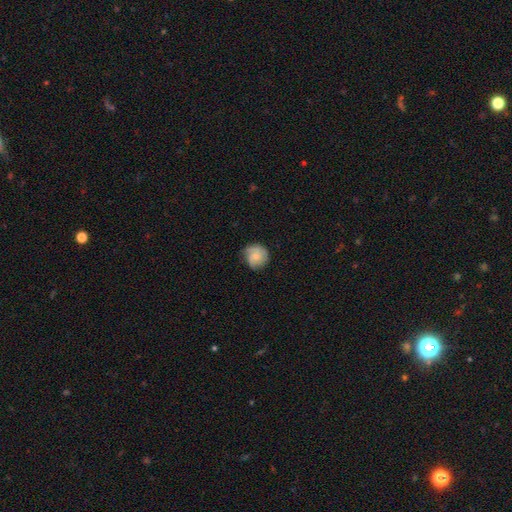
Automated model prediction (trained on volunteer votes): Q: Smooth or featured?
A: smooth (55%); runner-up: featured or disk (39%)
Q: How rounded?
A: round (86%); runner-up: in between (13%)
Q: Merging?
A: none (63%); runner-up: minor disturbance (28%)